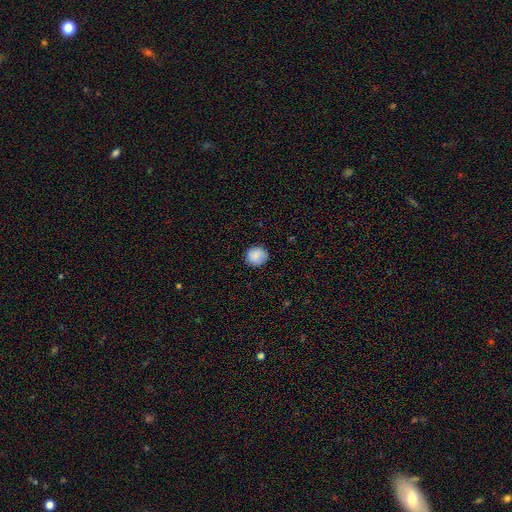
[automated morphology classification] Smooth or featured? Predicted: smooth (p=0.87). How rounded? Predicted: round (p=0.83). Merging? Predicted: none (p=0.86).